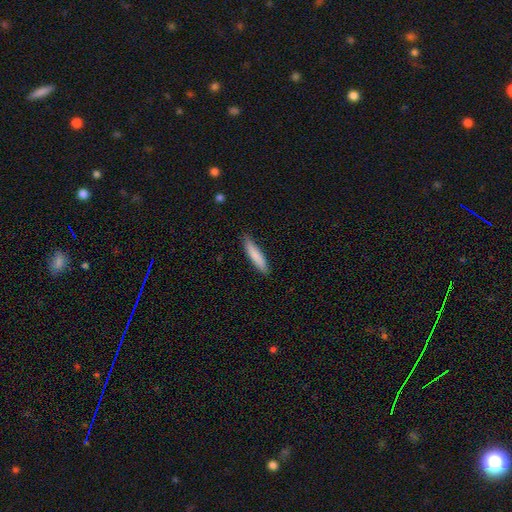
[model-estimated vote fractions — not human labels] This appears to be a smooth galaxy with no disk features (83%) that is cigar-shaped (82%). Merging: none (83%).